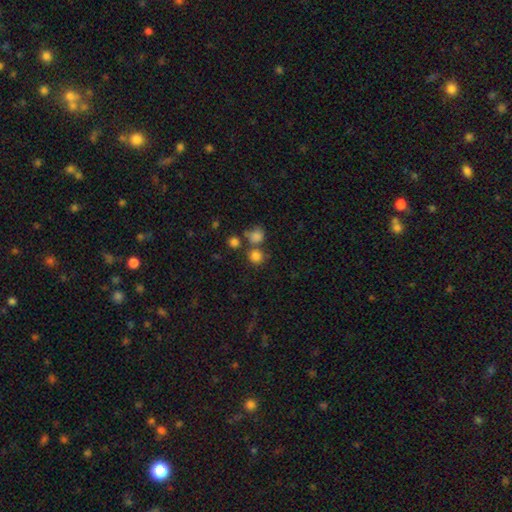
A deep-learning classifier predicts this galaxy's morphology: Smooth or featured?
  - smooth: 80% *
  - star or artifact: 14%
  - featured or disk: 6%
How rounded?
  - round: 89% *
  - in between: 10%
  - cigar-shaped: 1%
Merging?
  - none: 63% *
  - merger: 24%
  - minor disturbance: 9%
  - major disturbance: 4%